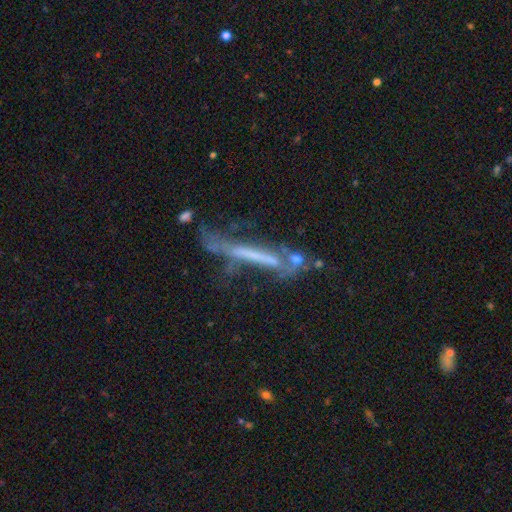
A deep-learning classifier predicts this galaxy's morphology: Smooth or featured? featured or disk (60%)
Edge-on disk? yes (70%)
Merging? none (40%)